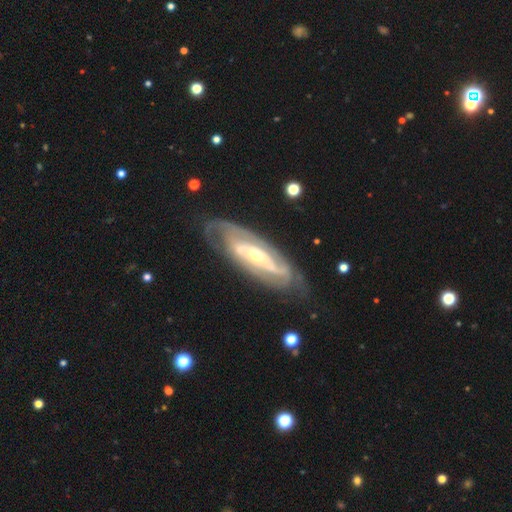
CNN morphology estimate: Q: Smooth or featured?
A: featured or disk (85%); runner-up: smooth (10%)
Q: Edge-on disk?
A: no (87%); runner-up: yes (13%)
Q: Bar?
A: no (51%); runner-up: weak (26%)
Q: Spiral arms?
A: yes (90%); runner-up: no (10%)
Q: Spiral winding?
A: tight (62%); runner-up: medium (29%)
Q: Spiral arm count?
A: 2 (46%); runner-up: can't tell (33%)
Q: Bulge size?
A: small (61%); runner-up: moderate (34%)
Q: Merging?
A: none (74%); runner-up: minor disturbance (17%)